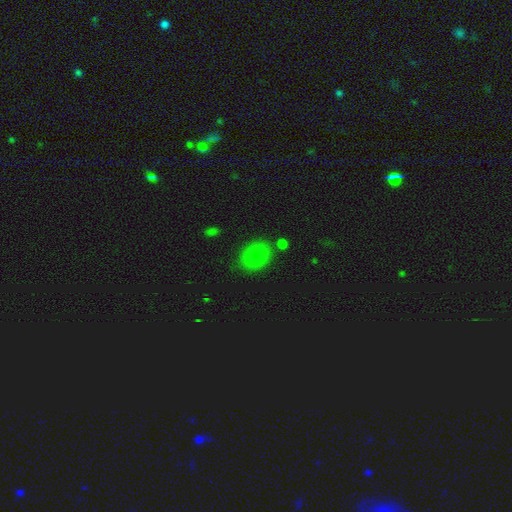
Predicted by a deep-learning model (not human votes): This appears to be a smooth galaxy with no disk features (77%) that is round (54%). Merging: none (79%).